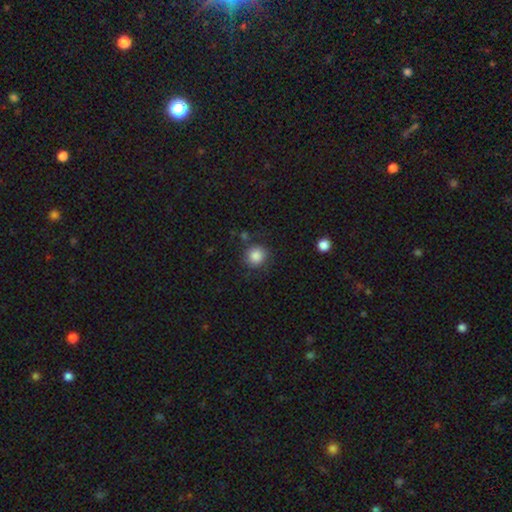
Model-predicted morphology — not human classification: smooth-or-featured: smooth: 86% | star or artifact: 9% | featured or disk: 5%
  how-rounded: round: 89% | in between: 11% | cigar-shaped: 1%
  merging: none: 79% | minor disturbance: 12% | major disturbance: 5% | merger: 4%